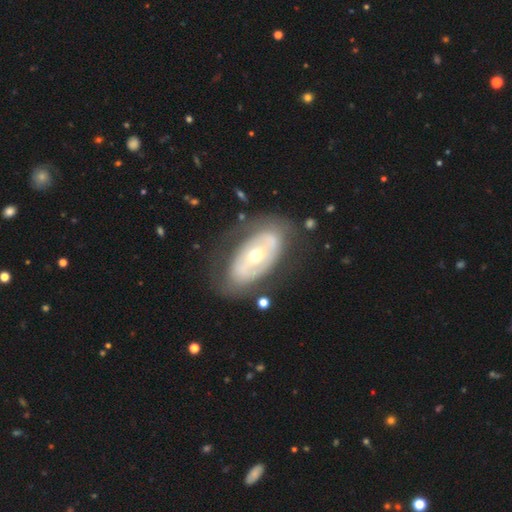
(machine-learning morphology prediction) This appears to be a featured or disk galaxy (65%) with no bar (71%), no spiral arms (69%) and a moderate central bulge (59%). Merging: none (69%).